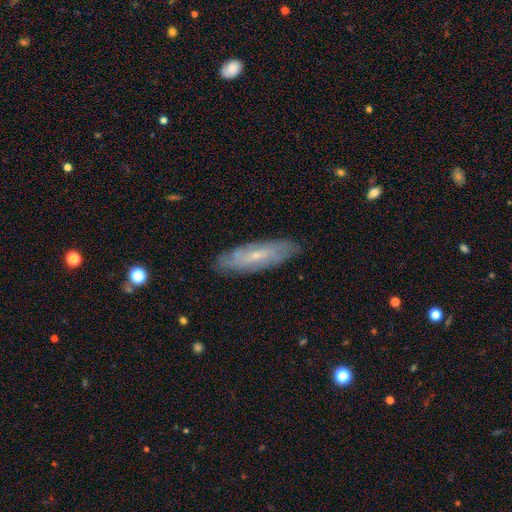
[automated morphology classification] This appears to be a featured or disk galaxy (60%). Merging: none (83%).